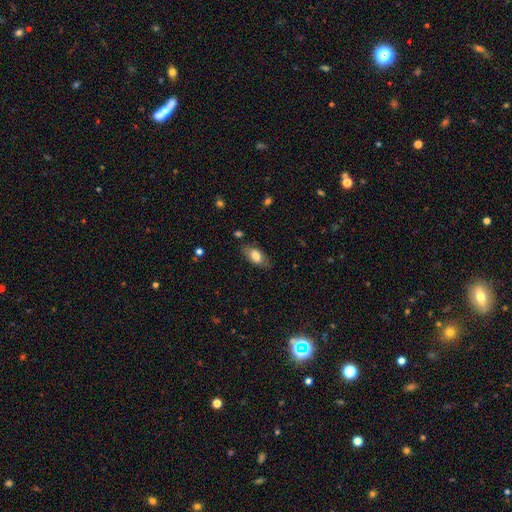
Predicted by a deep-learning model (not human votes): Morphology: type=smooth (76%); roundness=in between (89%); merging=none (77%).